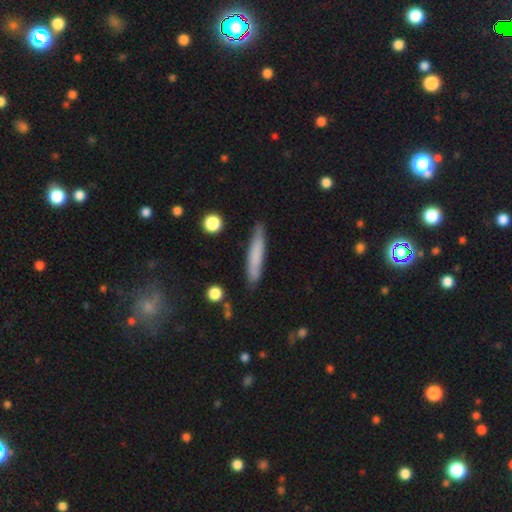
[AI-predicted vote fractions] Morphology: type=smooth (70%); roundness=cigar-shaped (91%); merging=none (84%).